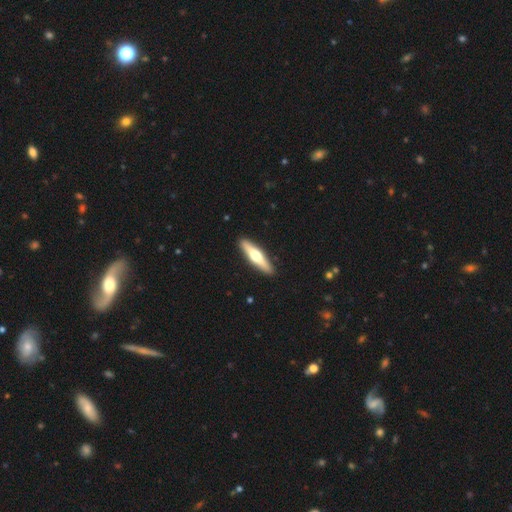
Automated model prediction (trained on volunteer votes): A featured or disk galaxy (55%) viewed edge-on (95%) with a rounded central bulge (94%).

Vote fractions:
- Smooth or featured? featured or disk: 55% / smooth: 40% / star or artifact: 5%
- Edge-on disk? yes: 95% / no: 5%
- Edge-on bulge? rounded: 94% / none: 3% / boxy: 3%
- Merging? none: 92% / minor disturbance: 6% / major disturbance: 1% / merger: 1%